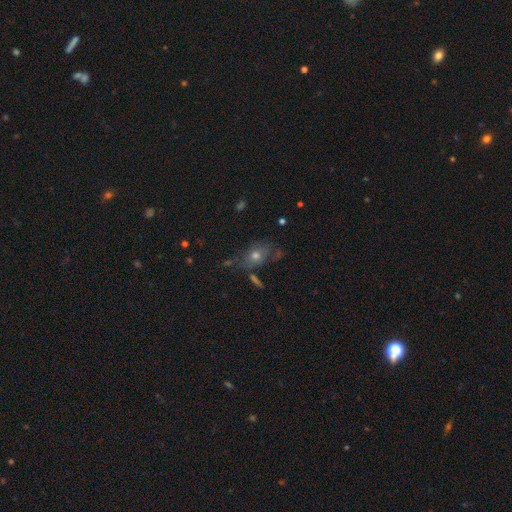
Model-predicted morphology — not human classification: A smooth galaxy with no disk features (51%) that is in between round and cigar-shaped (67%). Merging: none (54%).